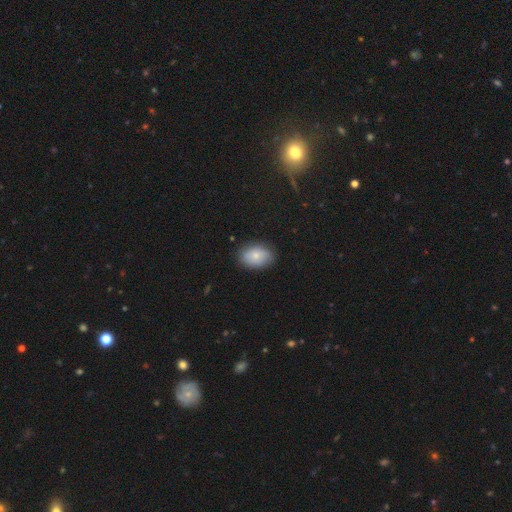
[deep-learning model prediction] Smooth or featured? smooth (78%)
How rounded? in between (82%)
Merging? none (83%)